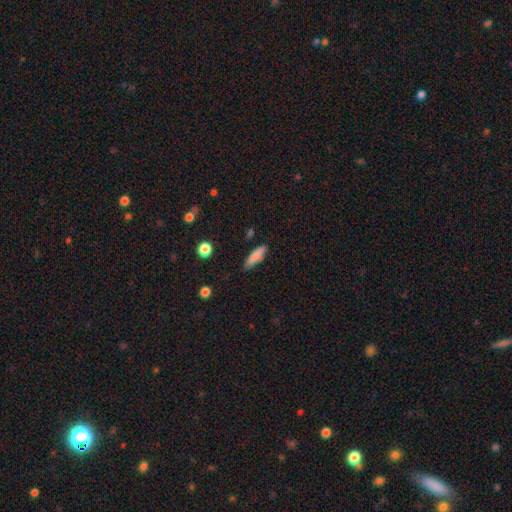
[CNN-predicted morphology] smooth-or-featured: smooth: 81% | featured or disk: 12% | star or artifact: 7%
  how-rounded: cigar-shaped: 66% | in between: 32% | round: 2%
  merging: none: 81% | minor disturbance: 15% | major disturbance: 3% | merger: 2%